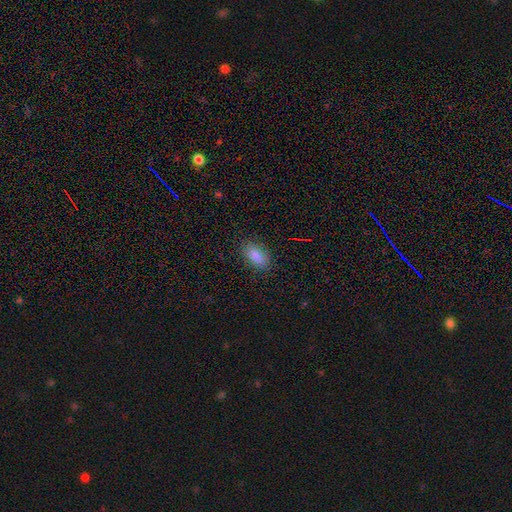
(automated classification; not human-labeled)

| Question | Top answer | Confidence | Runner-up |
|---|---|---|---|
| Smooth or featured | smooth | 86% | star or artifact (9%) |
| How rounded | in between | 90% | round (5%) |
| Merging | none | 87% | minor disturbance (10%) |